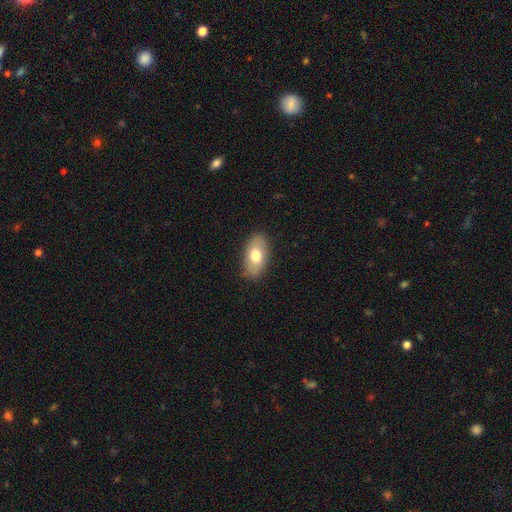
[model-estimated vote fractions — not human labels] Smooth or featured?
  - smooth: 72% *
  - featured or disk: 21%
  - star or artifact: 6%
How rounded?
  - in between: 93% *
  - round: 5%
  - cigar-shaped: 3%
Merging?
  - none: 84% *
  - minor disturbance: 12%
  - major disturbance: 3%
  - merger: 1%